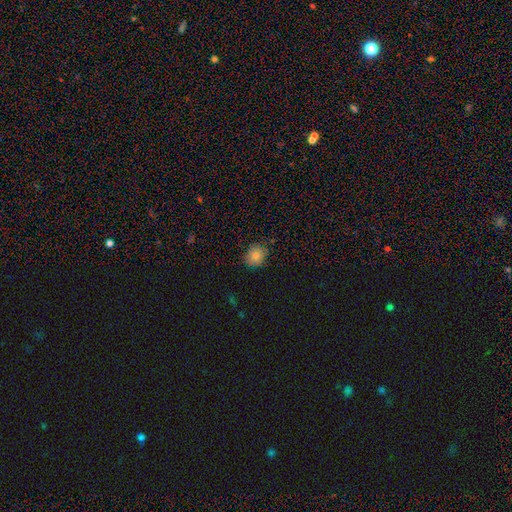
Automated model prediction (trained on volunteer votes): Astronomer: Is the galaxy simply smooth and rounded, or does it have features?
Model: smooth — 80%.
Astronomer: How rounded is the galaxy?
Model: round — 75%.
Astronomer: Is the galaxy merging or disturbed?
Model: none — 85%.